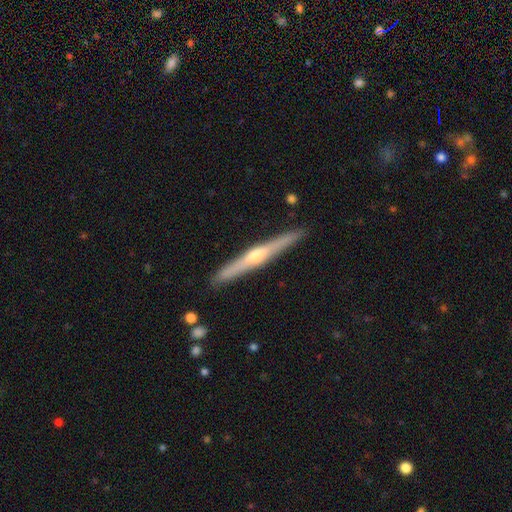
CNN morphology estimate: featured or disk 75%, smooth 20%, star or artifact 5%. Down the decision tree: edge-on disk — yes (98%); edge-on bulge — rounded (86%); merging — none (91%).